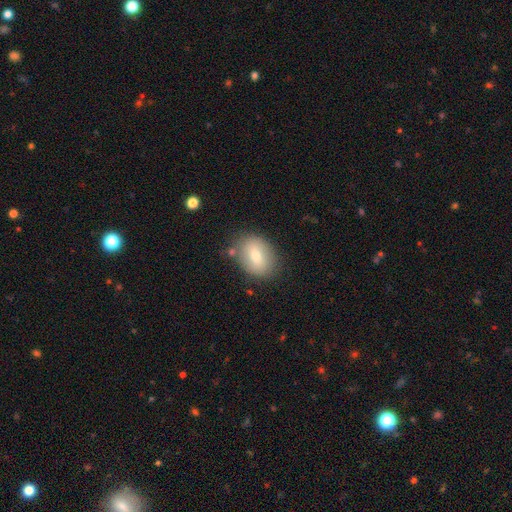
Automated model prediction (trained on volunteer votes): Q: Smooth or featured?
A: smooth (73%); runner-up: featured or disk (19%)
Q: How rounded?
A: in between (70%); runner-up: round (29%)
Q: Merging?
A: none (78%); runner-up: minor disturbance (14%)